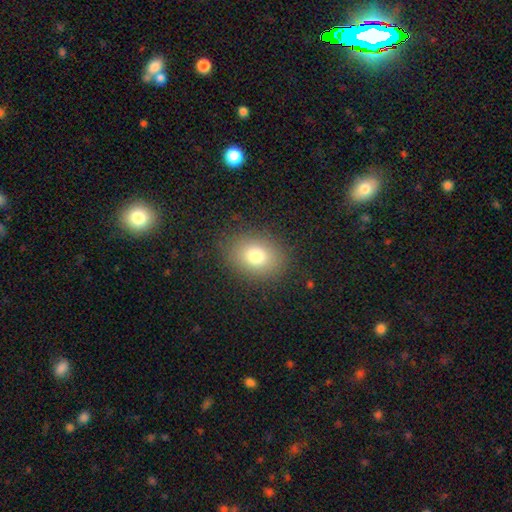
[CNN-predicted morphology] This appears to be a smooth galaxy with no disk features (79%) that is in between round and cigar-shaped (63%). Merging: none (86%).